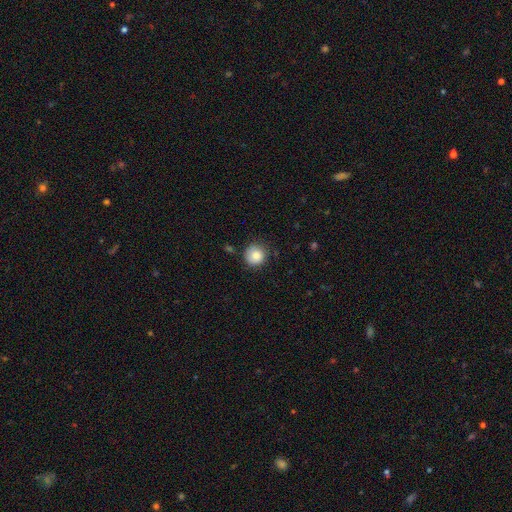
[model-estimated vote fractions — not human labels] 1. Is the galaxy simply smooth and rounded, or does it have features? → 84% smooth, 9% star or artifact, 7% featured or disk.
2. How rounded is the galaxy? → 92% round, 7% in between, 1% cigar-shaped.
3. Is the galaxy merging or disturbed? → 80% none, 15% minor disturbance, 3% major disturbance, 2% merger.